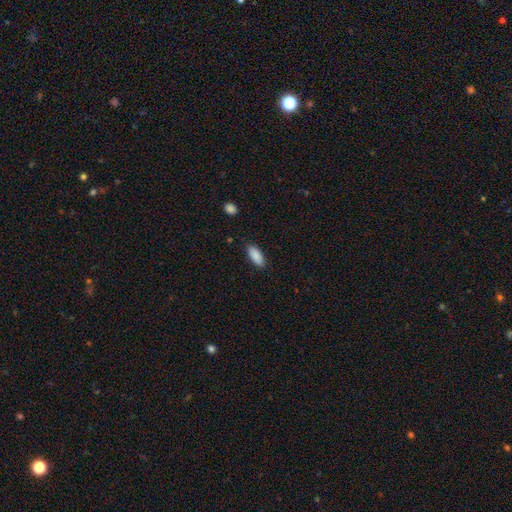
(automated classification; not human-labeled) smooth_or_featured: smooth (p=0.89) [alt: star or artifact p=0.06]
how_rounded: in between (p=0.86) [alt: cigar-shaped p=0.12]
merging: none (p=0.85) [alt: minor disturbance p=0.11]